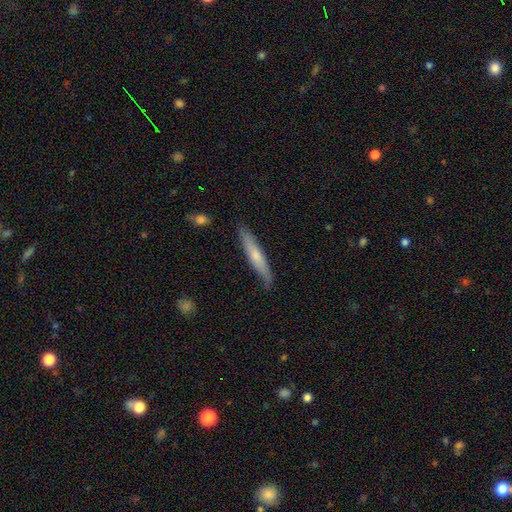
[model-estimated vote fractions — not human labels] The model was most divided on "smooth or featured": smooth: 53%, featured or disk: 41%, star or artifact: 6%. More confident: how rounded — cigar-shaped (93%); merging — none (81%).